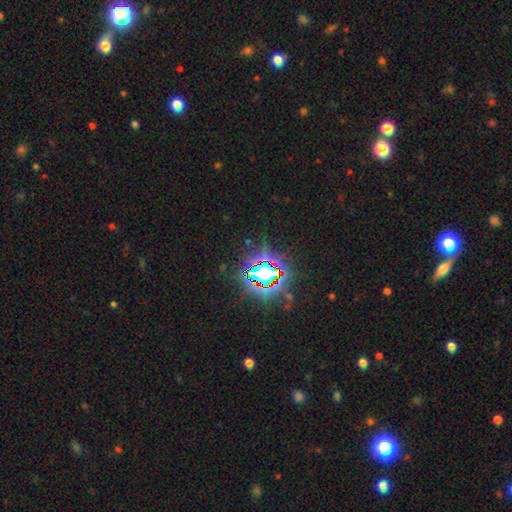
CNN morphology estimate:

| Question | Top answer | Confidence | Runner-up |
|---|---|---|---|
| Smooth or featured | star or artifact | 84% | smooth (9%) |